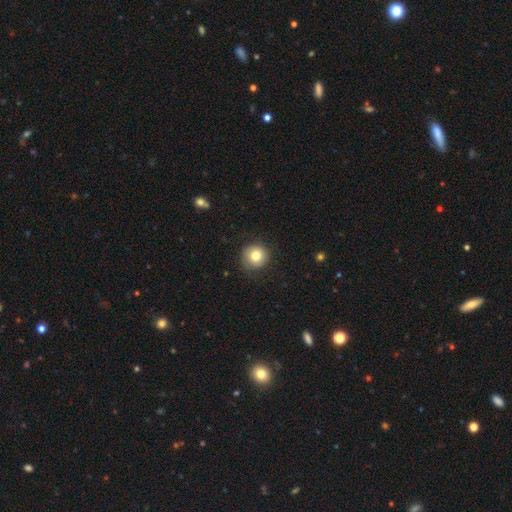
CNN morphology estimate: Smooth or featured? smooth (80%)
How rounded? round (93%)
Merging? none (83%)